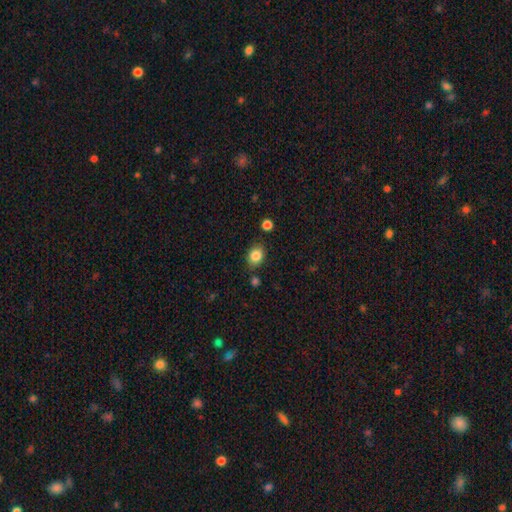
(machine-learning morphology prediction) smooth-or-featured: smooth: 85% | star or artifact: 10% | featured or disk: 5%
  how-rounded: round: 51% | in between: 48% | cigar-shaped: 1%
  merging: none: 79% | minor disturbance: 13% | merger: 5% | major disturbance: 3%